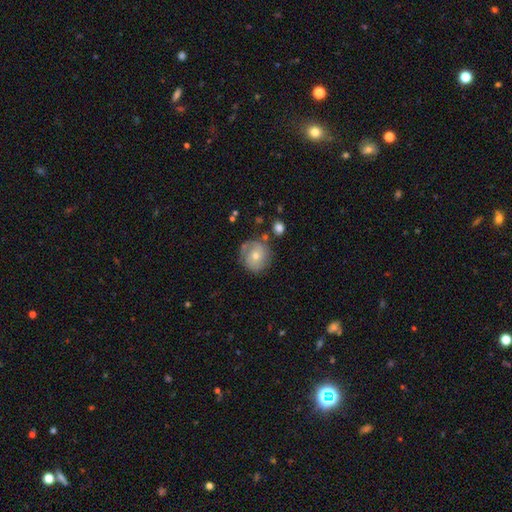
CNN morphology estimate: Smooth or featured? Predicted: featured or disk (p=0.57). Edge-on disk? Predicted: no (p=0.97). Bar? Predicted: no (p=0.78). Spiral arms? Predicted: yes (p=0.75). Bulge size? Predicted: moderate (p=0.49). Merging? Predicted: none (p=0.73).